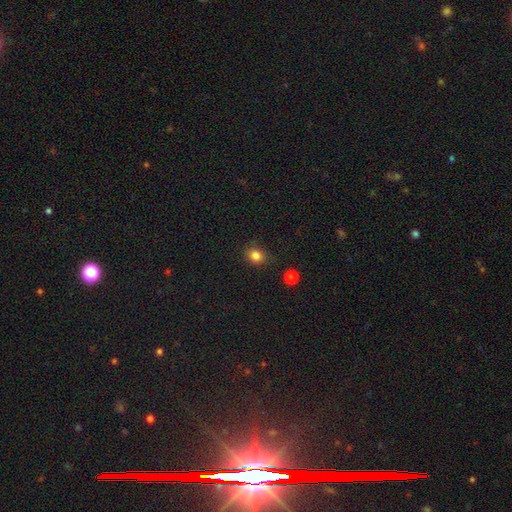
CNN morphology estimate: Overall: smooth (84%). How rounded: round (66%; in between 33%). Merging: none (78%).